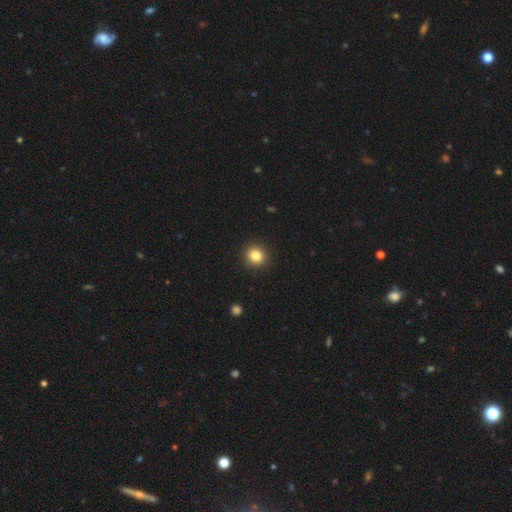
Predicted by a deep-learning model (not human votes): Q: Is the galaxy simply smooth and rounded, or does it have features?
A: smooth — 83%.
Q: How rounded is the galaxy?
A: round — 89%.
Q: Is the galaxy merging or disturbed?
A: none — 92%.